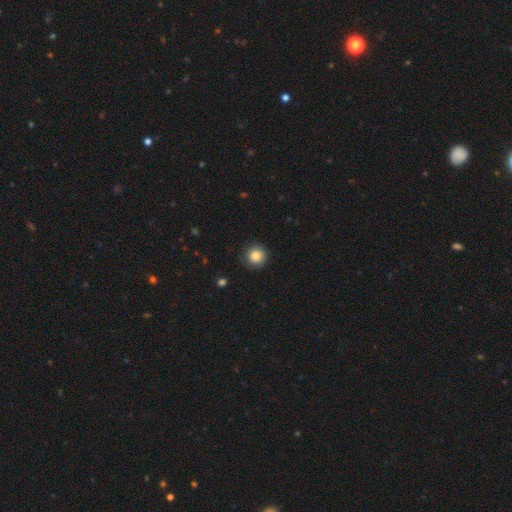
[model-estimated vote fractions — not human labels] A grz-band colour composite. It shows a smooth galaxy with no disk features (84%) that is round (95%). Merging: none (86%).